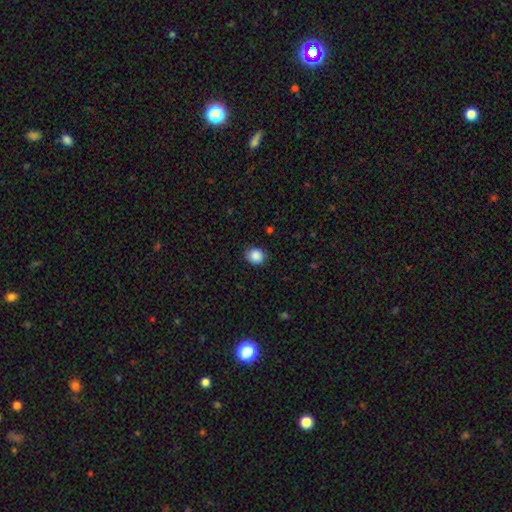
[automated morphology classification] A smooth galaxy with no disk features (88%) that is round (77%).

Vote fractions:
- Smooth or featured? smooth: 88% / star or artifact: 9% / featured or disk: 3%
- How rounded? round: 77% / in between: 22% / cigar-shaped: 1%
- Merging? none: 88% / minor disturbance: 9% / major disturbance: 2% / merger: 1%